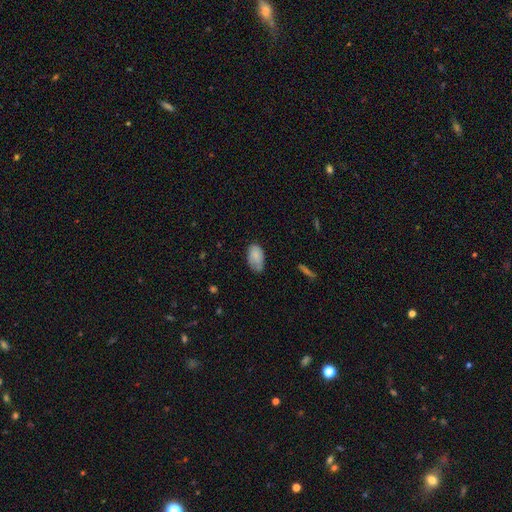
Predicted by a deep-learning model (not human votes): Smooth or featured?
  - smooth: 80% *
  - featured or disk: 13%
  - star or artifact: 7%
How rounded?
  - in between: 93% *
  - round: 5%
  - cigar-shaped: 2%
Merging?
  - none: 53% *
  - minor disturbance: 36%
  - major disturbance: 9%
  - merger: 2%